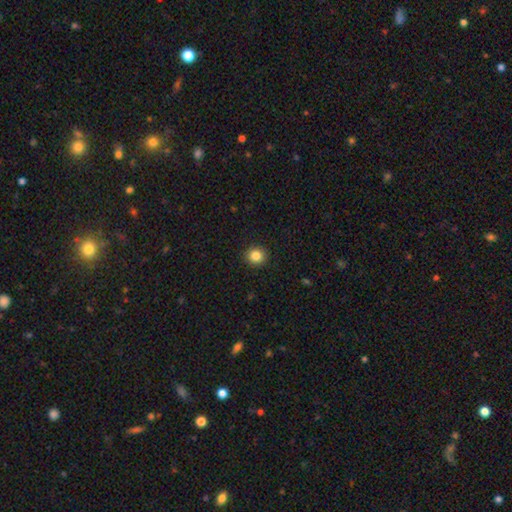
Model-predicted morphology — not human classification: smooth-or-featured: smooth: 85% | star or artifact: 11% | featured or disk: 5%
  how-rounded: round: 90% | in between: 9% | cigar-shaped: 1%
  merging: none: 93% | minor disturbance: 5% | major disturbance: 2% | merger: 1%